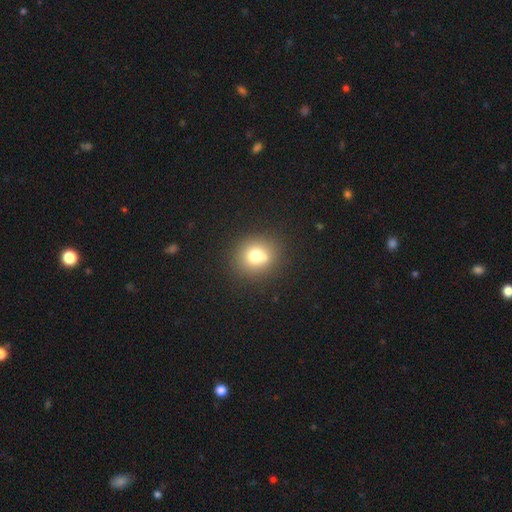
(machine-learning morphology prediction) Smooth or featured? Predicted: smooth (p=0.70). How rounded? Predicted: round (p=0.81). Merging? Predicted: none (p=0.62).